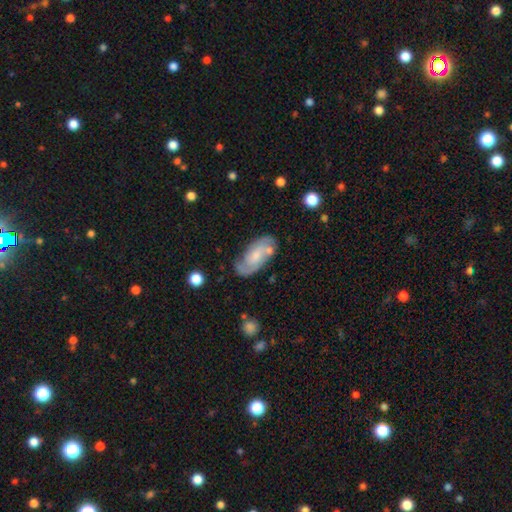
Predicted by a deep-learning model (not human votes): A featured or disk galaxy (69%) with no bar (54%), 2 (74%) medium (46%) spiral arms (91%) and a small central bulge (44%). Merging: none (70%).